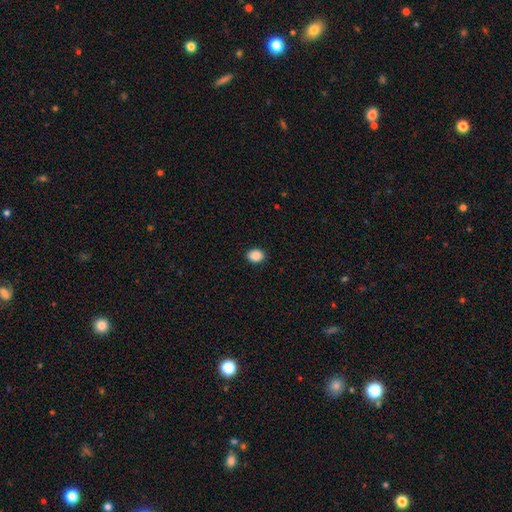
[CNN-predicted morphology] smooth 89%, star or artifact 9%, featured or disk 3%. Down the decision tree: how rounded — in between (50%); merging — none (90%).